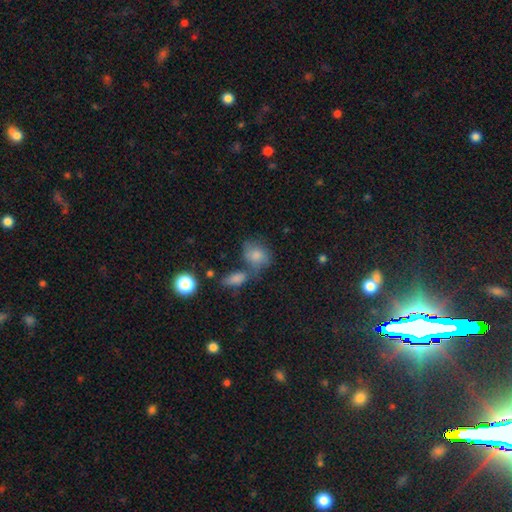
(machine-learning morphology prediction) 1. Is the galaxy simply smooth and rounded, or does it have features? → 70% smooth, 16% featured or disk, 14% star or artifact.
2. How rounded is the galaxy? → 50% in between, 48% round, 2% cigar-shaped.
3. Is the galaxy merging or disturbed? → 45% none, 30% merger, 17% minor disturbance, 8% major disturbance.